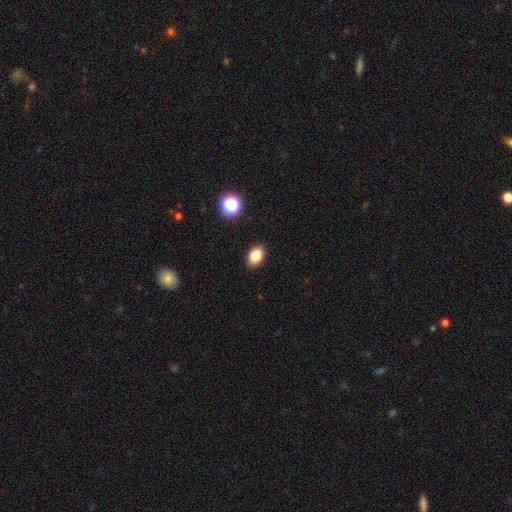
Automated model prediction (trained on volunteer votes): Morphology: type=smooth (84%); roundness=in between (82%); merging=none (89%).